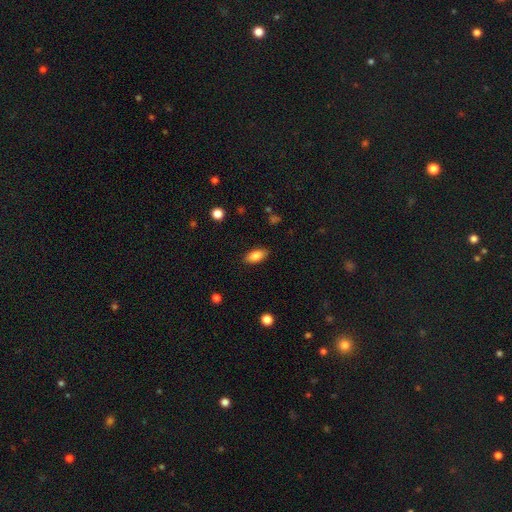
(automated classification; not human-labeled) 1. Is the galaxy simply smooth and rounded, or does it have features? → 84% smooth, 9% featured or disk, 7% star or artifact.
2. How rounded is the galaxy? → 87% in between, 10% cigar-shaped, 3% round.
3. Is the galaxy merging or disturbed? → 87% none, 9% minor disturbance, 2% major disturbance, 1% merger.